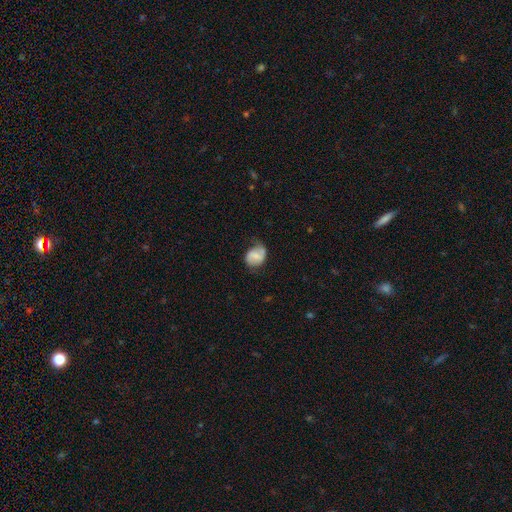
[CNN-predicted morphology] type=featured or disk (49%); merging=none (56%).